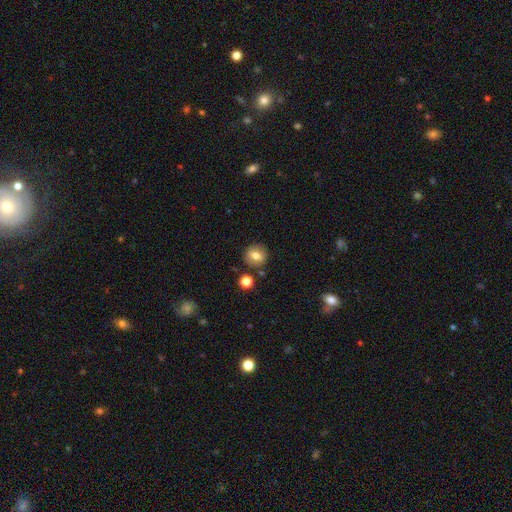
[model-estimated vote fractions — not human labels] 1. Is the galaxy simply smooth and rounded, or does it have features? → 72% smooth, 18% featured or disk, 10% star or artifact.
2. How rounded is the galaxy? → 81% round, 17% in between, 1% cigar-shaped.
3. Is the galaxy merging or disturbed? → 82% none, 9% minor disturbance, 6% merger, 3% major disturbance.